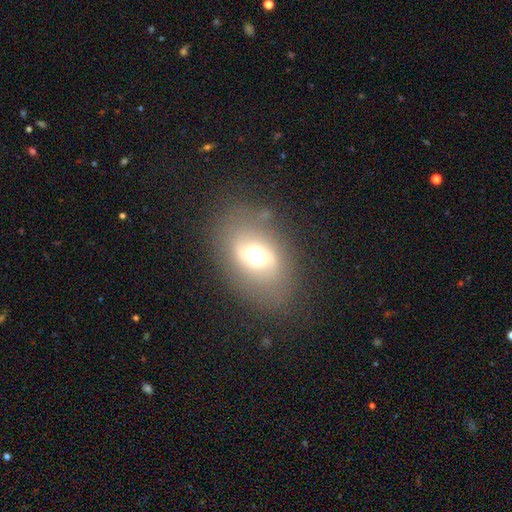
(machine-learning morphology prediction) Overall: featured or disk (44%, tied with smooth). Merging: none (74%).